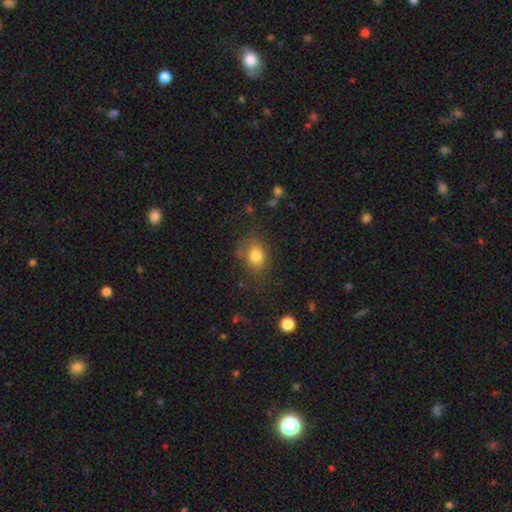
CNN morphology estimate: Overall: smooth (80%). How rounded: in between (51%; round 48%). Merging: none (72%).